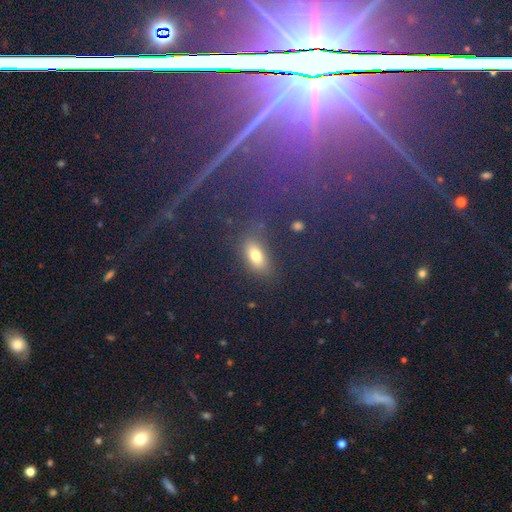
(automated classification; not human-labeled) Smooth or featured: smooth — 71% (star or artifact — 17%)
How rounded: in between — 76% (round — 13%)
Merging: none — 76% (minor disturbance — 13%)